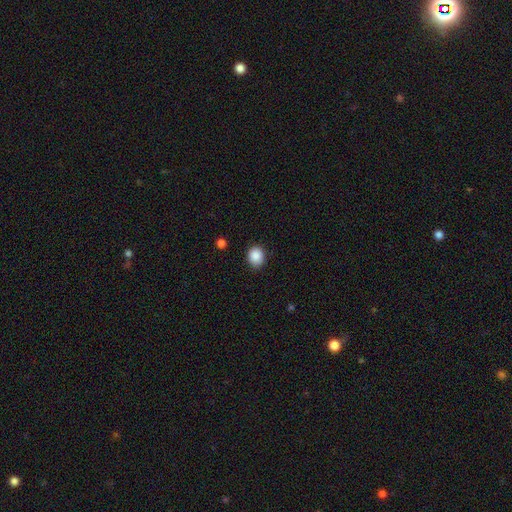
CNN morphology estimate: Smooth or featured? Predicted: smooth (p=0.88). How rounded? Predicted: round (p=0.64). Merging? Predicted: none (p=0.86).